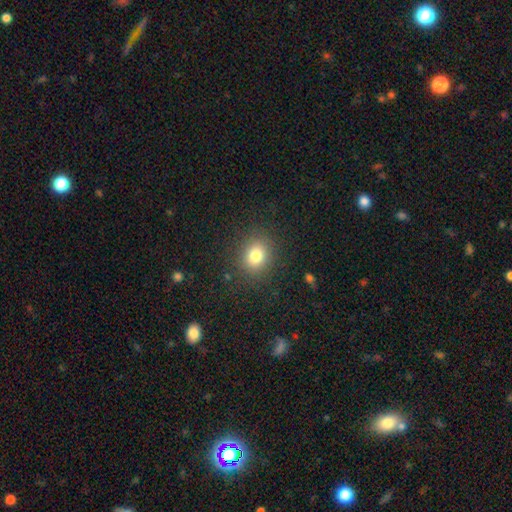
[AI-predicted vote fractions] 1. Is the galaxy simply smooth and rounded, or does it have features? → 79% smooth, 13% star or artifact, 8% featured or disk.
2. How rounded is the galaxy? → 71% round, 28% in between, 1% cigar-shaped.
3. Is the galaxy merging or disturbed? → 87% none, 8% minor disturbance, 4% major disturbance, 1% merger.